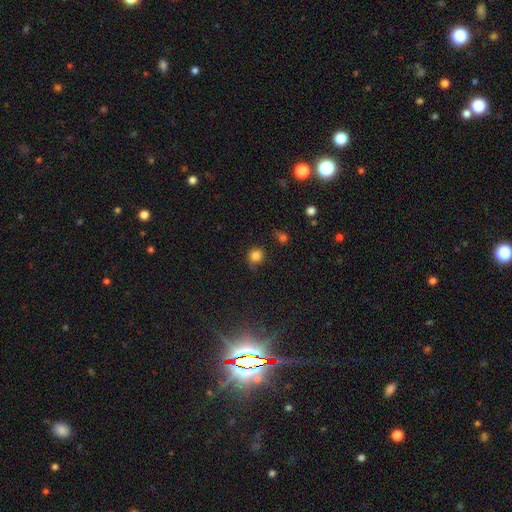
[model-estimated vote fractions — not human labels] Morphology: type=smooth (82%); roundness=round (89%); merging=none (73%).